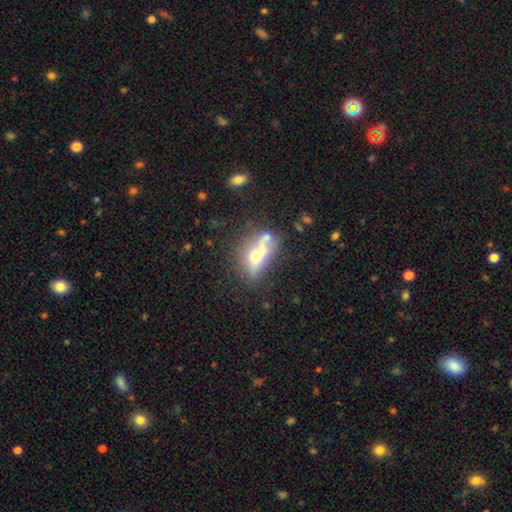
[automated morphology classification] featured or disk 50%, smooth 38%, star or artifact 12%. Down the decision tree: merging — none (42%).